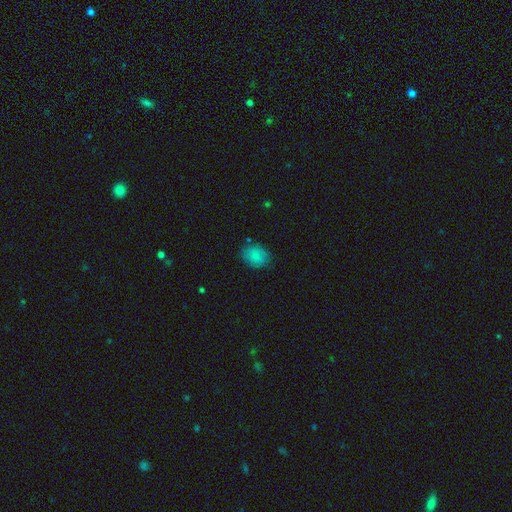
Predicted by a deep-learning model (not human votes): Smooth or featured?
  - smooth: 84% *
  - star or artifact: 8%
  - featured or disk: 8%
How rounded?
  - in between: 55% *
  - round: 44%
  - cigar-shaped: 1%
Merging?
  - none: 79% *
  - minor disturbance: 15%
  - major disturbance: 3%
  - merger: 2%